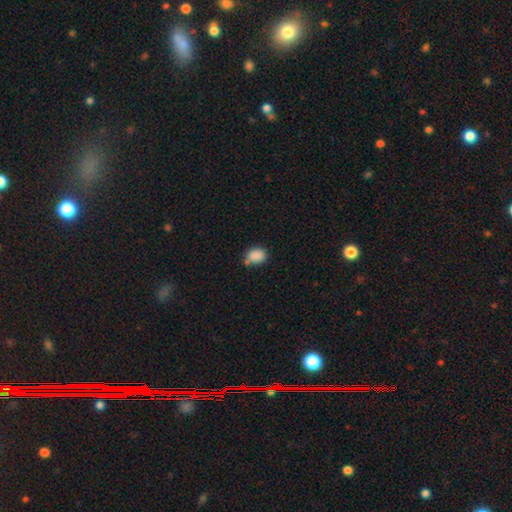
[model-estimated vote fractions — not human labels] Q: Smooth or featured?
A: smooth (87%); runner-up: star or artifact (9%)
Q: How rounded?
A: in between (60%); runner-up: round (39%)
Q: Merging?
A: none (63%); runner-up: minor disturbance (19%)